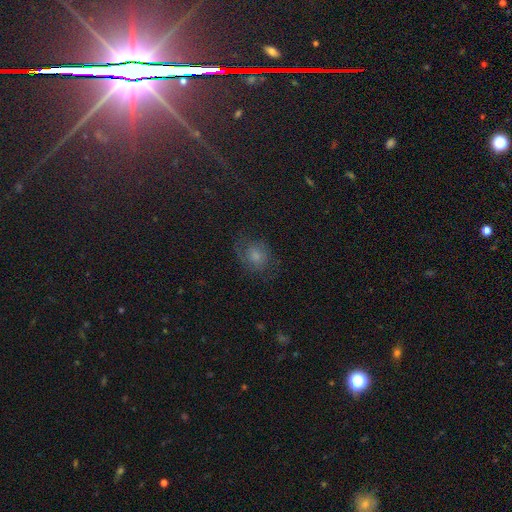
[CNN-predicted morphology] Smooth or featured: smooth — 54% (featured or disk — 30%)
How rounded: round — 59% (in between — 40%)
Merging: none — 59% (minor disturbance — 22%)